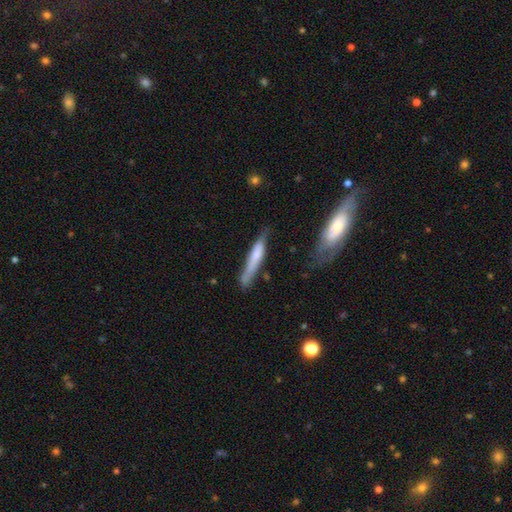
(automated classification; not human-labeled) smooth_or_featured: smooth (p=0.58) [alt: featured or disk p=0.36]
how_rounded: cigar-shaped (p=0.90) [alt: in between p=0.08]
merging: none (p=0.58) [alt: minor disturbance p=0.28]